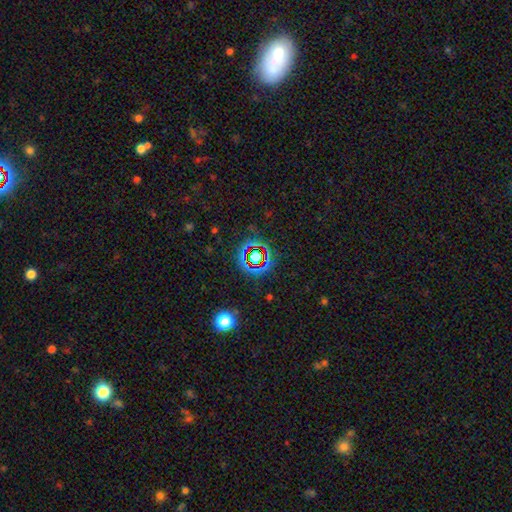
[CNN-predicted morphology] Smooth or featured?
  - star or artifact: 72% *
  - smooth: 18%
  - featured or disk: 10%